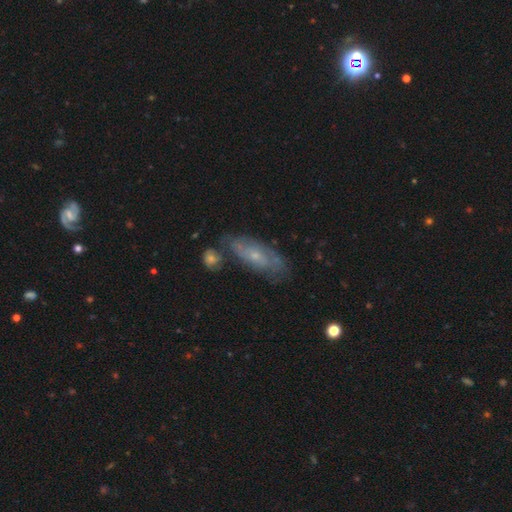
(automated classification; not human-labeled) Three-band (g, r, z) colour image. It shows a featured or disk galaxy (57%). Merging: none (62%).